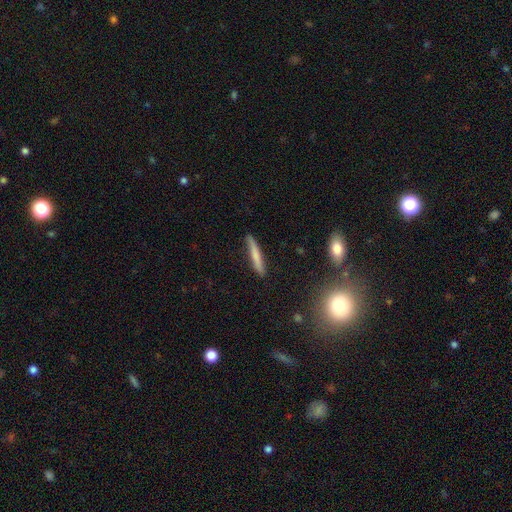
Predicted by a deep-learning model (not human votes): smooth 69%, featured or disk 25%, star or artifact 6%. Down the decision tree: how rounded — cigar-shaped (94%); merging — none (84%).